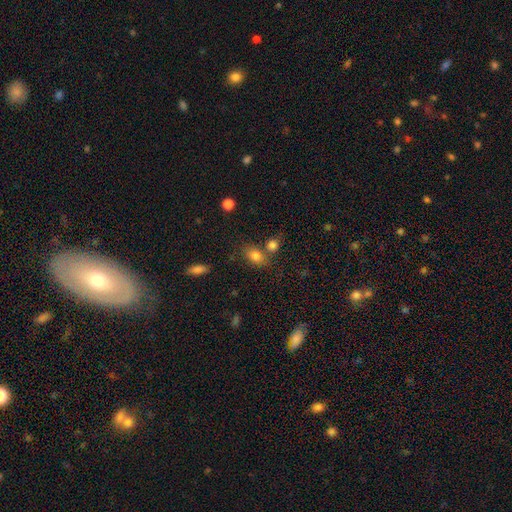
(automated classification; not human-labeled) Smooth or featured?
  - smooth: 82% *
  - star or artifact: 10%
  - featured or disk: 8%
How rounded?
  - in between: 74% *
  - round: 24%
  - cigar-shaped: 2%
Merging?
  - none: 58% *
  - merger: 24%
  - minor disturbance: 13%
  - major disturbance: 5%